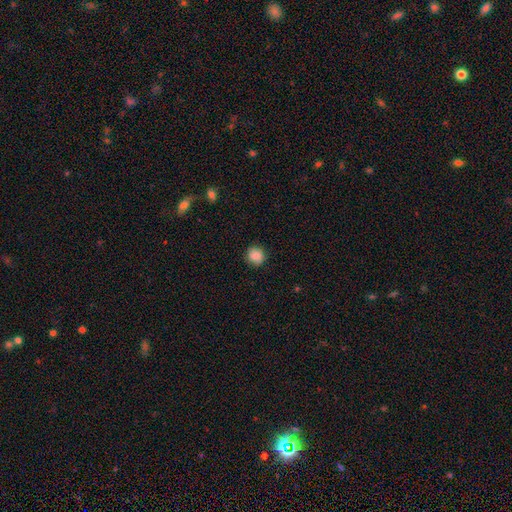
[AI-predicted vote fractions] Morphology: type=smooth (86%); roundness=round (90%); merging=none (86%).